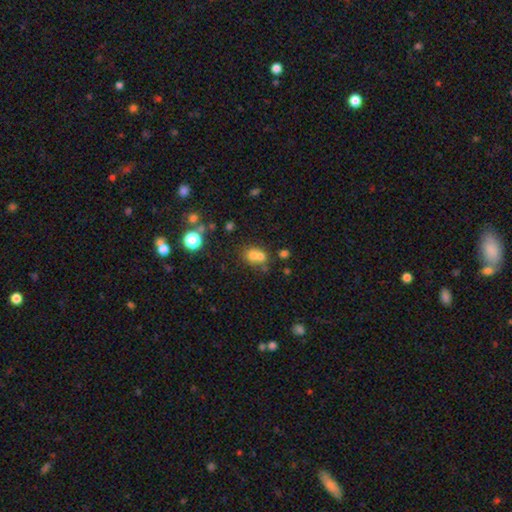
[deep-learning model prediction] smooth-or-featured: smooth: 66% | featured or disk: 18% | star or artifact: 16%
  how-rounded: round: 64% | in between: 35% | cigar-shaped: 1%
  merging: merger: 59% | none: 30% | minor disturbance: 7% | major disturbance: 4%